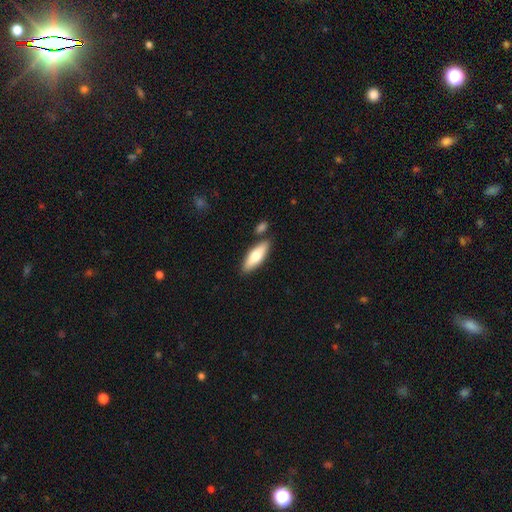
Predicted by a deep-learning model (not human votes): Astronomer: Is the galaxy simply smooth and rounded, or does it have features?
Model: smooth — 70%.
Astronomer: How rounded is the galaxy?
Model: in between — 57% (runner-up: cigar-shaped, 41%).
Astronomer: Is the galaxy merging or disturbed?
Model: none — 78%.